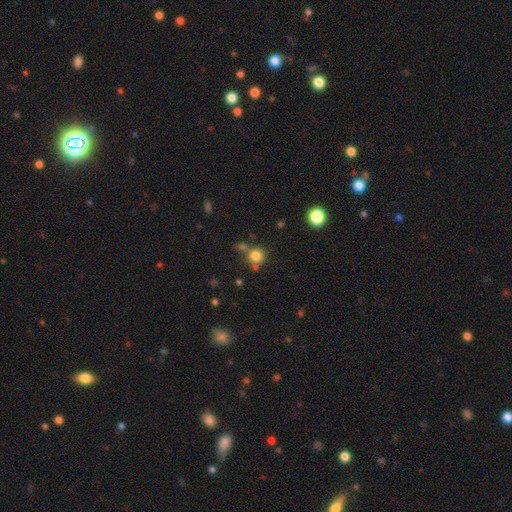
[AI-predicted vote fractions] A smooth galaxy with no disk features (80%) that is round (89%).

Vote fractions:
- Smooth or featured? smooth: 80% / star or artifact: 13% / featured or disk: 7%
- How rounded? round: 89% / in between: 10% / cigar-shaped: 1%
- Merging? none: 65% / merger: 19% / minor disturbance: 11% / major disturbance: 4%